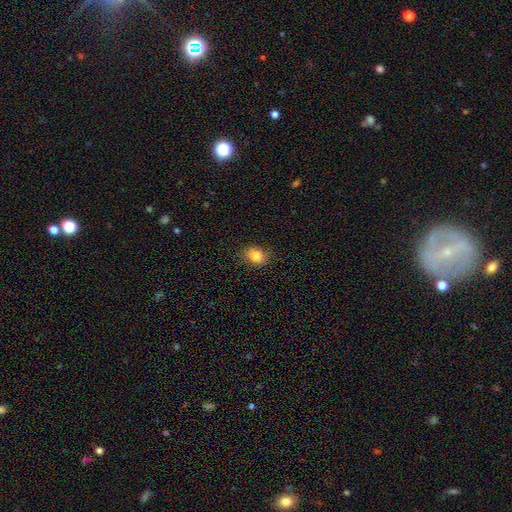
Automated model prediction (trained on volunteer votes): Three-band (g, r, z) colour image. It shows a smooth galaxy with no disk features (84%) that is in between round and cigar-shaped (61%). Merging: none (85%).